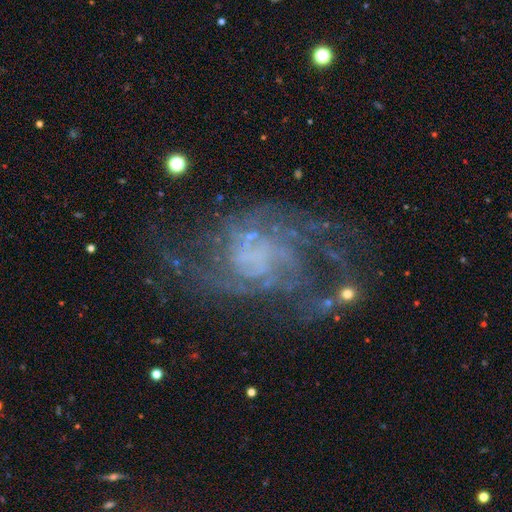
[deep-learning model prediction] smooth-or-featured: featured or disk: 83% | star or artifact: 10% | smooth: 8%
  disk-edge-on: no: 97% | yes: 3%
    bar: no: 66% | weak: 26% | strong: 7%
    has-spiral-arms: yes: 90% | no: 10%
      spiral-winding: medium: 44% | tight: 31% | loose: 25%
      spiral-arm-count: 2: 31% | can't tell: 29% | 3: 17% | 4: 8% | 1: 7% | more than 4: 7%
    bulge-size: none: 64% | small: 15% | moderate: 11% | large: 8% | dominant: 2%
  merging: none: 52% | major disturbance: 26% | minor disturbance: 19% | merger: 3%